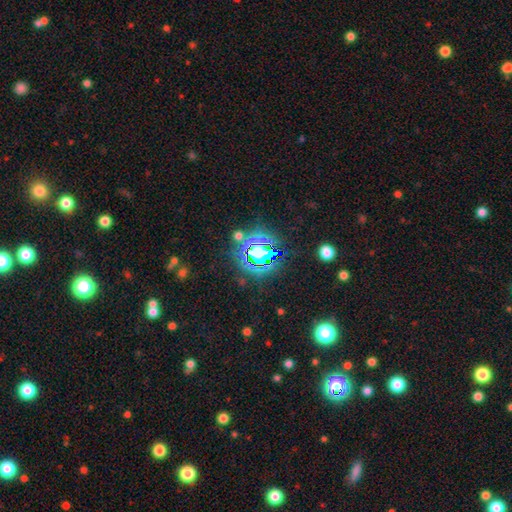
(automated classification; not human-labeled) star or artifact 69%, smooth 20%, featured or disk 11%.